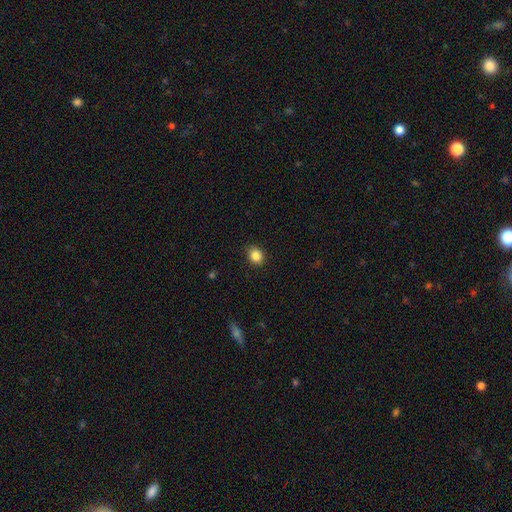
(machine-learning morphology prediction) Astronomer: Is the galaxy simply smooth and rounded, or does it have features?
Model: smooth — 86%.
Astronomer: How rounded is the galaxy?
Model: round — 58% (runner-up: in between, 41%).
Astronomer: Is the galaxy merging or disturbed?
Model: none — 89%.